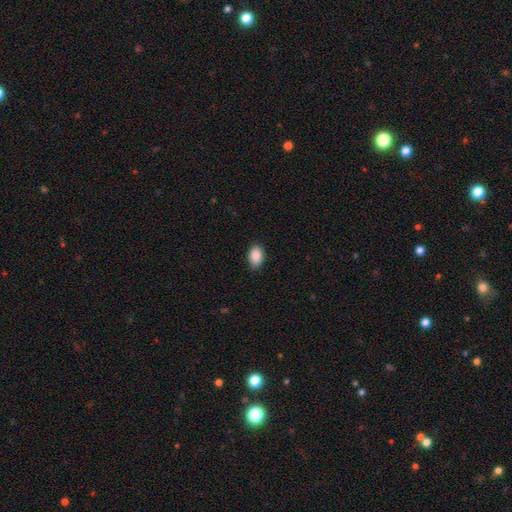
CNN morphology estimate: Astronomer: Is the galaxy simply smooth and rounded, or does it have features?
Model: smooth — 89%.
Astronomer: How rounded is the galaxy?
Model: in between — 86%.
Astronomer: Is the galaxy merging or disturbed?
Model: none — 81%.